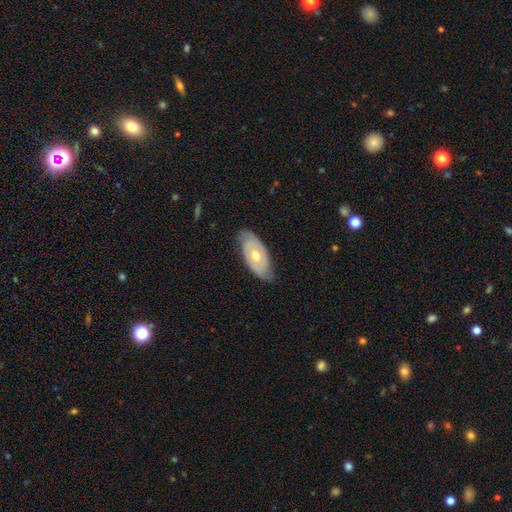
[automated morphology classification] The model was most divided on "spiral arms": no: 55%, yes: 45%. More confident: edge-on disk — no (85%); bar — no (84%); bulge size — moderate (79%); merging — none (73%); smooth or featured — featured or disk (61%).